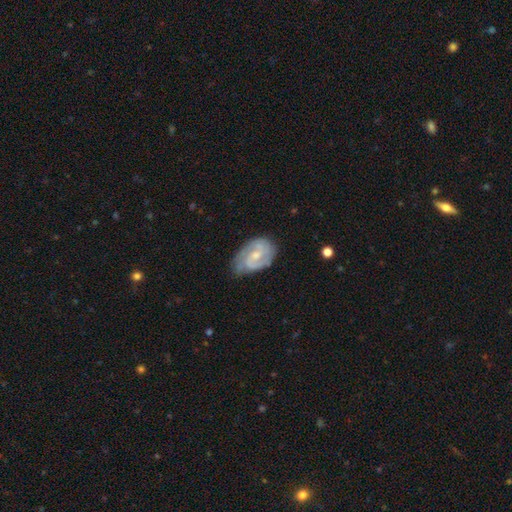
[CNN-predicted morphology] Overall: featured or disk (83%). Edge-on disk: no (97%). Bar: weak (48%; no 43%). Spiral arms: yes (96%). Spiral arm count: 2 (78%). Spiral winding: tight (48%; medium 42%). Bulge size: small (49%; moderate 41%). Merging: none (67%).